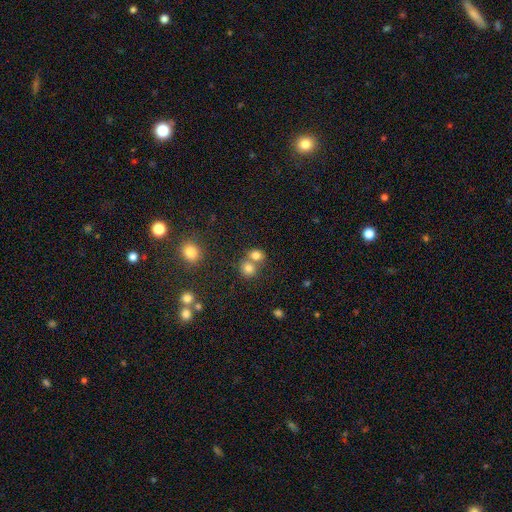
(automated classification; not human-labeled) Smooth or featured: smooth — 77% (star or artifact — 14%)
How rounded: round — 74% (in between — 25%)
Merging: merger — 47% (none — 43%)